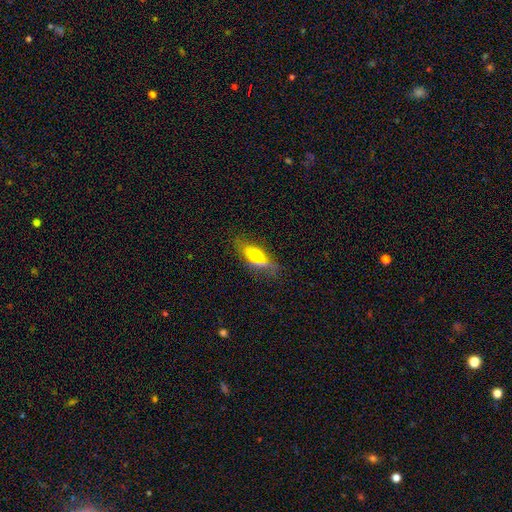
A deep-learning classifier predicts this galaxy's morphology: Smooth or featured: smooth — 61% (featured or disk — 26%)
How rounded: in between — 73% (cigar-shaped — 21%)
Merging: none — 70% (minor disturbance — 20%)